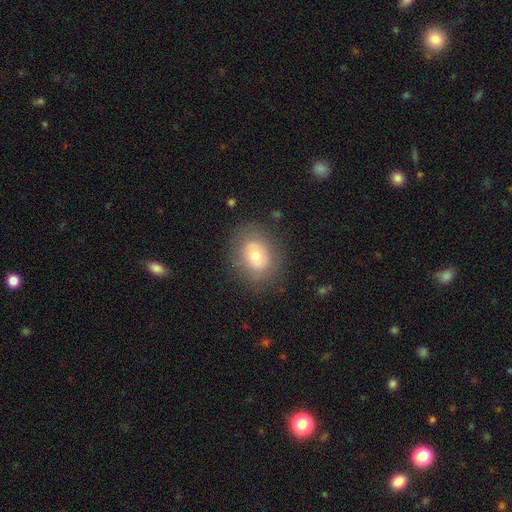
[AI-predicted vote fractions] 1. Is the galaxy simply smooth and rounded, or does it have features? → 62% smooth, 28% featured or disk, 9% star or artifact.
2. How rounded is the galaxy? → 58% in between, 41% round, 1% cigar-shaped.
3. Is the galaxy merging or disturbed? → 78% none, 14% minor disturbance, 6% major disturbance, 1% merger.